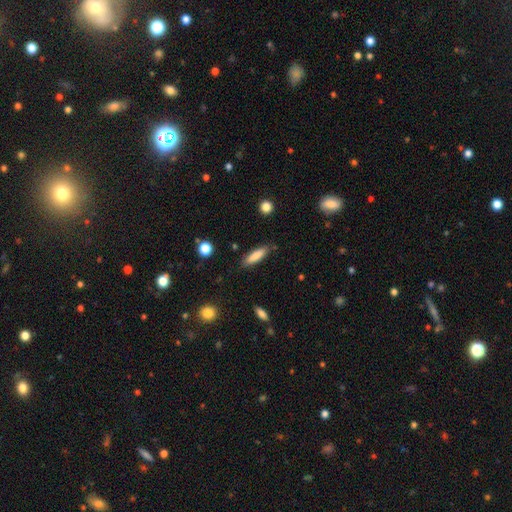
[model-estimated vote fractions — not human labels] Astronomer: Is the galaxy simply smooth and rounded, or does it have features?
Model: smooth — 82%.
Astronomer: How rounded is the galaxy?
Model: cigar-shaped — 68%.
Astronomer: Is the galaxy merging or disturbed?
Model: none — 84%.